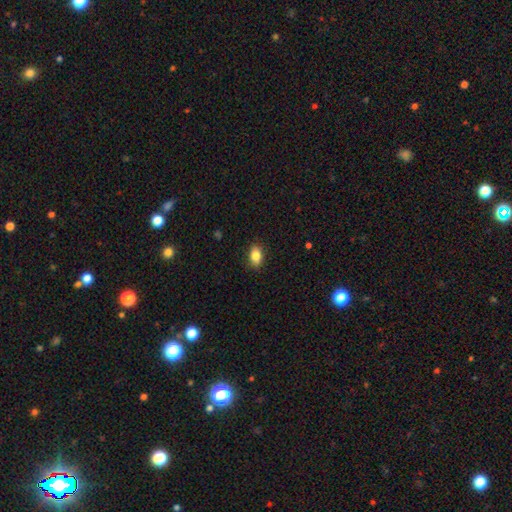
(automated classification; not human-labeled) smooth 84%, star or artifact 8%, featured or disk 8%. Down the decision tree: how rounded — in between (85%); merging — none (87%).